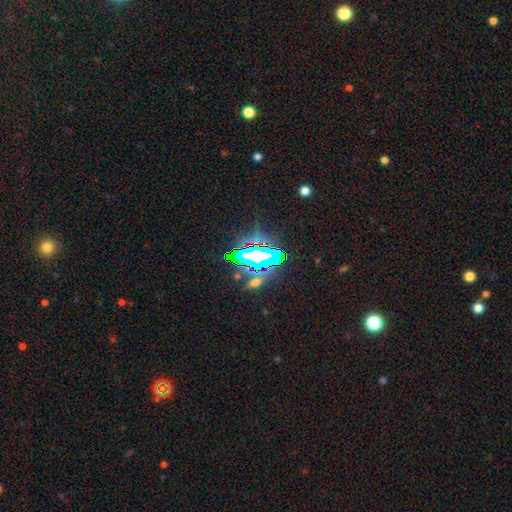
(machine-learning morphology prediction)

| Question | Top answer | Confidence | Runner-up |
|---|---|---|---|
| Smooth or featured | star or artifact | 67% | smooth (18%) |